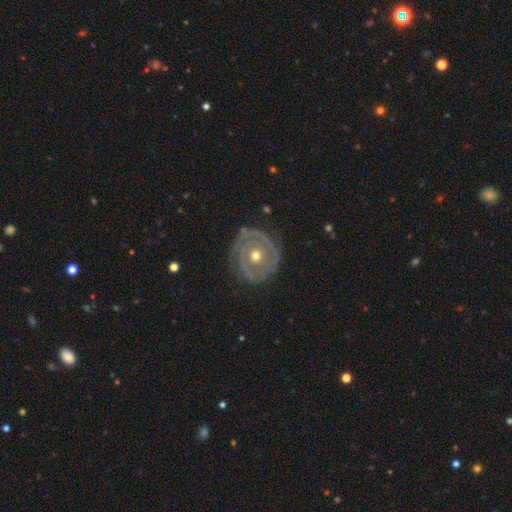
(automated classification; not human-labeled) Smooth or featured? Predicted: featured or disk (p=0.81). Edge-on disk? Predicted: no (p=0.96). Bar? Predicted: no (p=0.85). Spiral arms? Predicted: yes (p=0.76). Spiral winding? Predicted: tight (p=0.76). Spiral arm count? Predicted: can't tell (p=0.32, tied with 2). Bulge size? Predicted: moderate (p=0.68). Merging? Predicted: none (p=0.78).